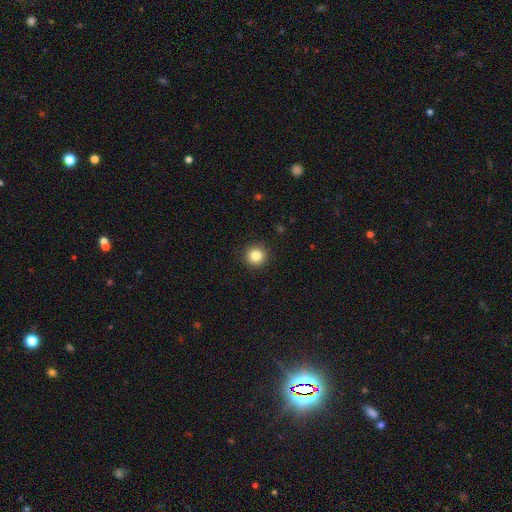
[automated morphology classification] smooth_or_featured: smooth (p=0.85) [alt: star or artifact p=0.11]
how_rounded: round (p=0.95) [alt: in between p=0.04]
merging: none (p=0.93) [alt: minor disturbance p=0.04]